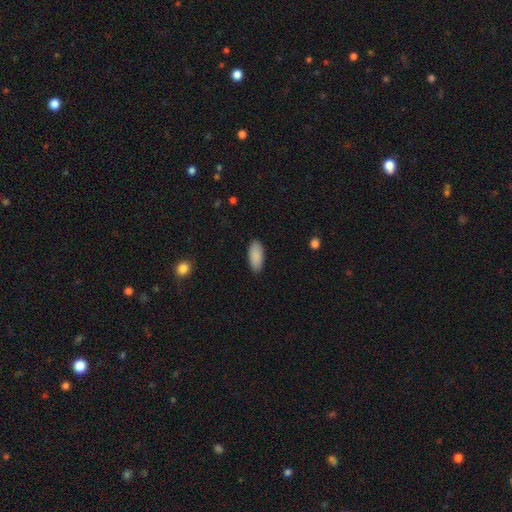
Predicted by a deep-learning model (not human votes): Overall: smooth (90%). How rounded: in between (88%). Merging: none (88%).